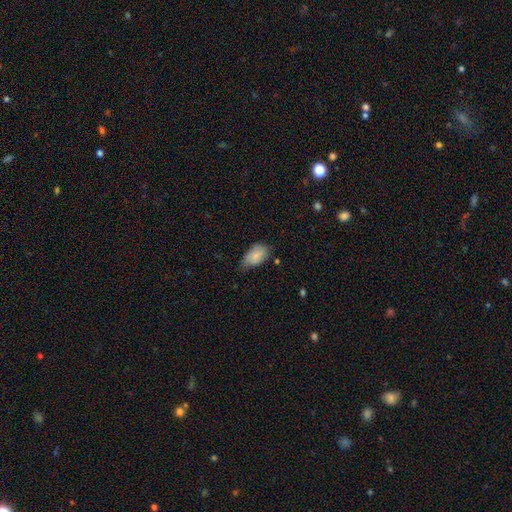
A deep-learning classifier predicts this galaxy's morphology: smooth-or-featured: smooth: 82% | featured or disk: 11% | star or artifact: 7%
  how-rounded: in between: 93% | round: 5% | cigar-shaped: 2%
  merging: none: 45% | minor disturbance: 44% | major disturbance: 9% | merger: 2%